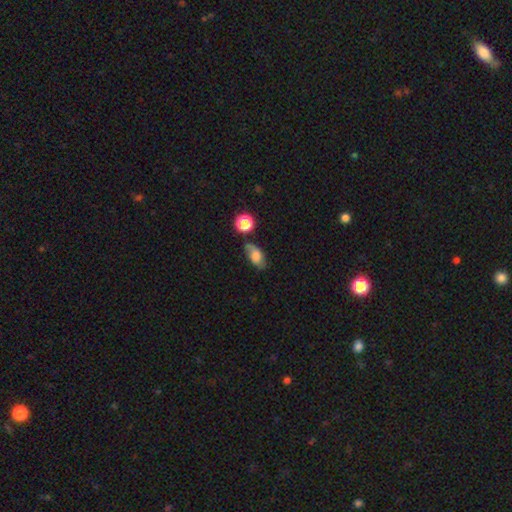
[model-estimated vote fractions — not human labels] This appears to be a smooth galaxy with no disk features (64%) that is in between round and cigar-shaped (87%). Merging: none (64%).